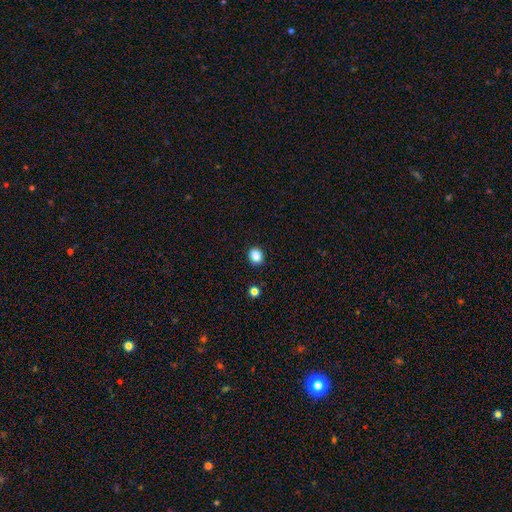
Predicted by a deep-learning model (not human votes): Morphology: type=smooth (84%); roundness=round (64%); merging=none (90%).